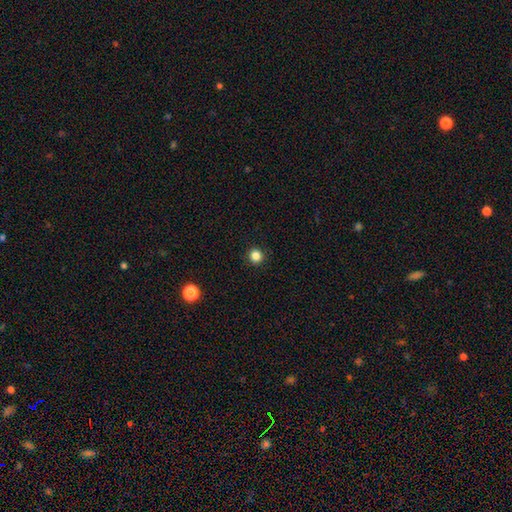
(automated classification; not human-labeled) smooth_or_featured: smooth (p=0.85) [alt: star or artifact p=0.12]
how_rounded: round (p=0.93) [alt: in between p=0.06]
merging: none (p=0.93) [alt: minor disturbance p=0.05]